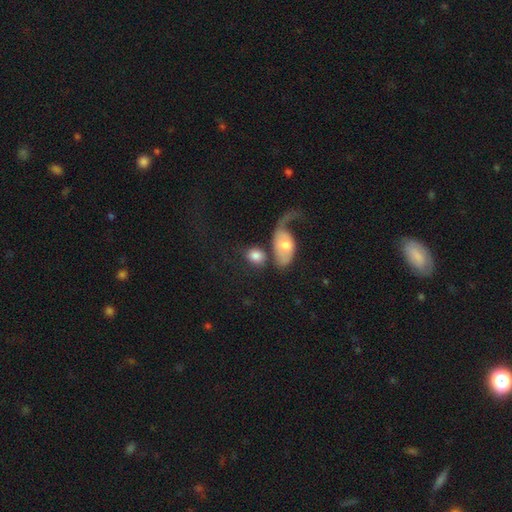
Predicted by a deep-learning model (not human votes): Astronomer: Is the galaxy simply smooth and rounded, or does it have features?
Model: smooth — 77%.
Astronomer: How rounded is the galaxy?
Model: in between — 56% (runner-up: round, 42%).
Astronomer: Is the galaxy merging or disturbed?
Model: none — 41% (runner-up: merger, 31%).